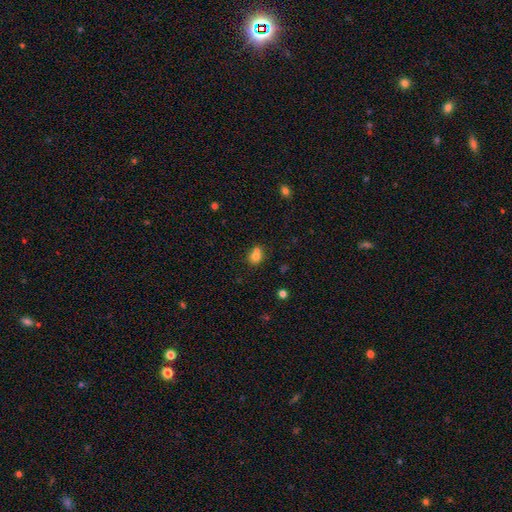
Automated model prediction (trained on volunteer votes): smooth_or_featured: smooth (p=0.74) [alt: star or artifact p=0.13]
how_rounded: round (p=0.73) [alt: in between p=0.26]
merging: merger (p=0.44) [tied with: none p=0.44]